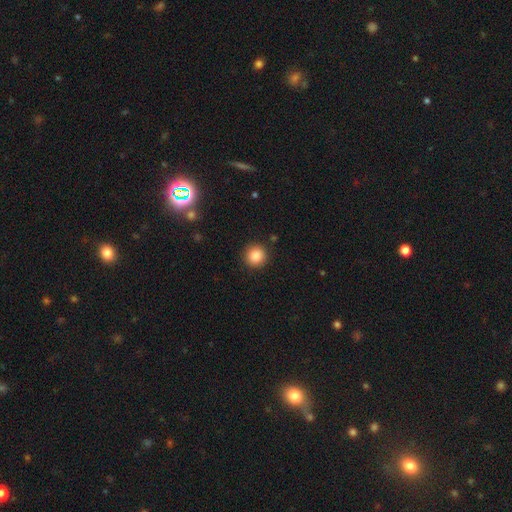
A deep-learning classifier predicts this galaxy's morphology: This is clearly a smooth galaxy (86%). How rounded: clearly round (94%). Merging: clearly none (90%).